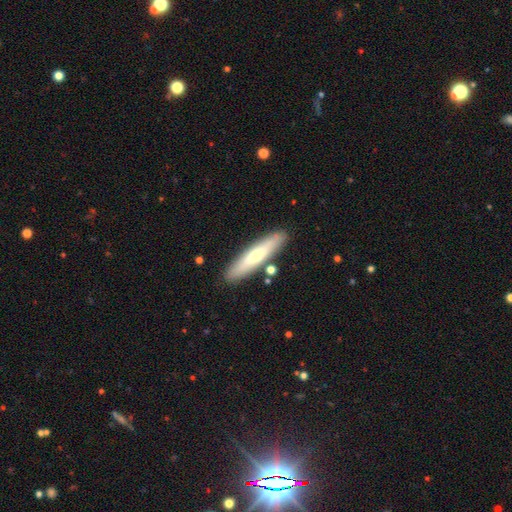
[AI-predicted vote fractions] smooth 60%, featured or disk 34%, star or artifact 6%. Down the decision tree: how rounded — cigar-shaped (83%); merging — none (86%).